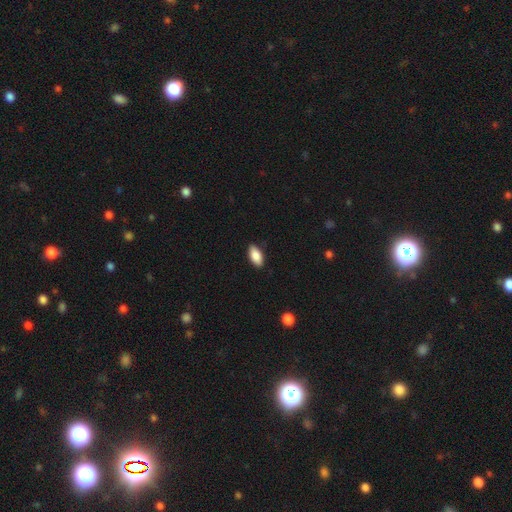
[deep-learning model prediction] Smooth or featured? Predicted: smooth (p=0.85). How rounded? Predicted: in between (p=0.91). Merging? Predicted: none (p=0.86).